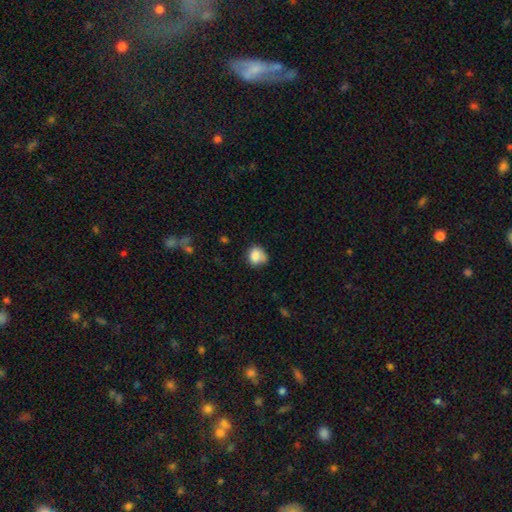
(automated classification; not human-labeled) smooth-or-featured: smooth: 81% | featured or disk: 10% | star or artifact: 9%
  how-rounded: round: 63% | in between: 36% | cigar-shaped: 1%
  merging: none: 51% | minor disturbance: 31% | major disturbance: 10% | merger: 8%